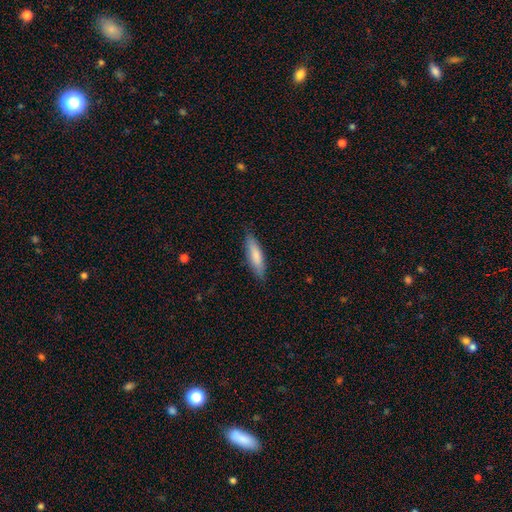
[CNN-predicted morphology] A smooth galaxy with no disk features (80%) that is cigar-shaped (68%). Merging: none (85%).